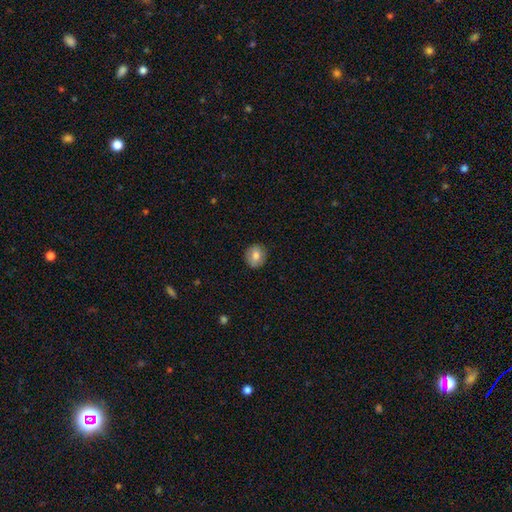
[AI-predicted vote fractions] Smooth or featured? Predicted: smooth (p=0.77). How rounded? Predicted: round (p=0.77). Merging? Predicted: none (p=0.88).